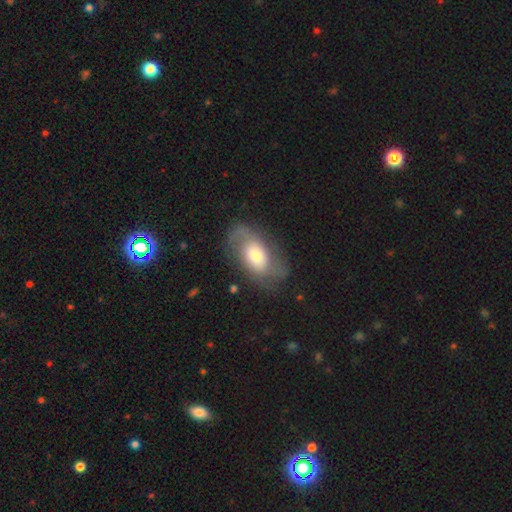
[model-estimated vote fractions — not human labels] Overall: featured or disk (62%; smooth 31%). Edge-on disk: no (94%). Bar: no (65%; weak 27%). Spiral arms: yes (83%). Bulge size: moderate (47%; large 28%). Merging: none (65%).